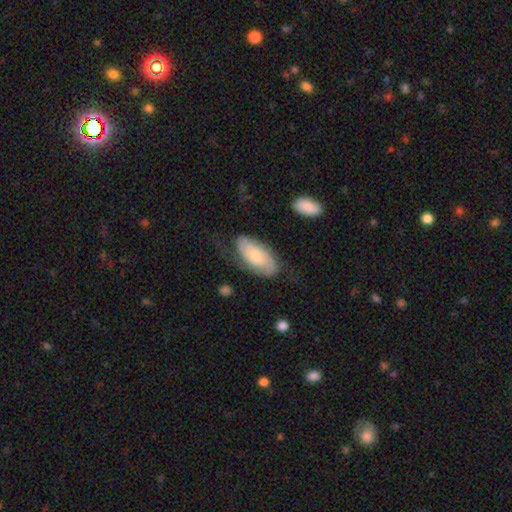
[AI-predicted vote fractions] smooth_or_featured: smooth (p=0.53) [alt: featured or disk p=0.41]
how_rounded: in between (p=0.91) [alt: cigar-shaped p=0.07]
merging: none (p=0.60) [alt: minor disturbance p=0.24]